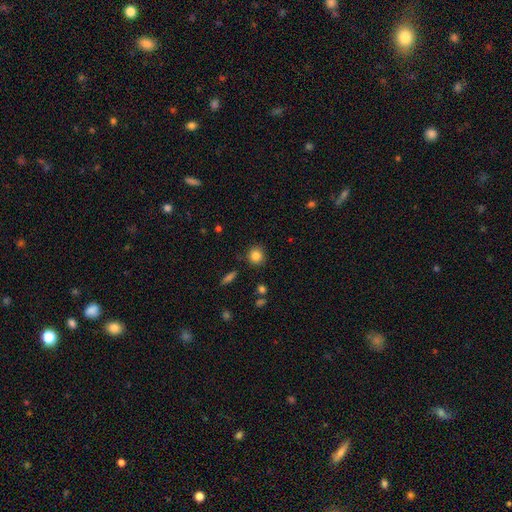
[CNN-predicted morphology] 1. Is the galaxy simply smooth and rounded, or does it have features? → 85% smooth, 10% star or artifact, 5% featured or disk.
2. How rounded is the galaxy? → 89% round, 10% in between, 1% cigar-shaped.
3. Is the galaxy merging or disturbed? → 87% none, 8% minor disturbance, 2% major disturbance, 2% merger.